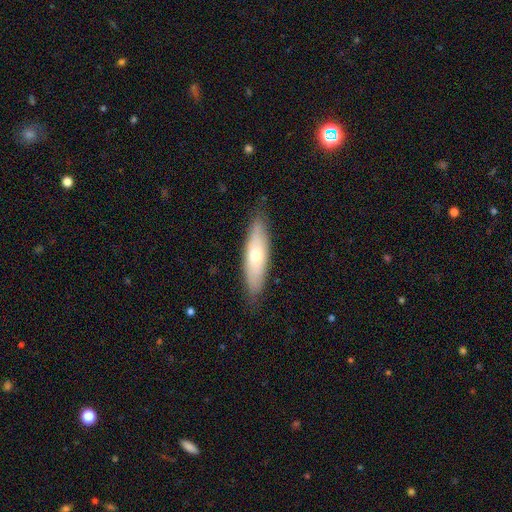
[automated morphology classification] Q: Smooth or featured?
A: smooth (58%); runner-up: featured or disk (36%)
Q: How rounded?
A: cigar-shaped (62%); runner-up: in between (36%)
Q: Merging?
A: none (84%); runner-up: minor disturbance (12%)